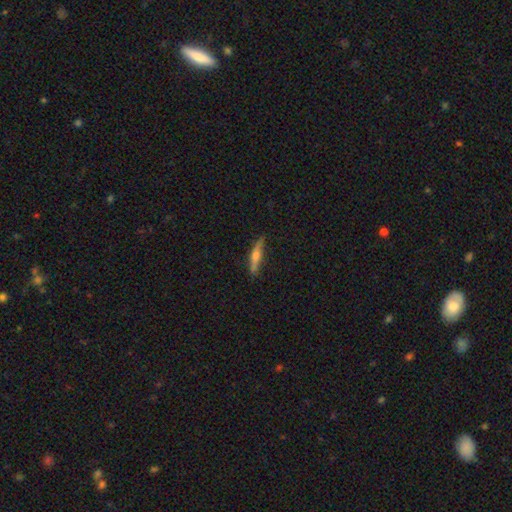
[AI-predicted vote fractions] Smooth or featured?
  - featured or disk: 51% *
  - smooth: 43%
  - star or artifact: 6%
Edge-on disk?
  - yes: 95% *
  - no: 5%
Merging?
  - none: 84% *
  - minor disturbance: 13%
  - major disturbance: 2%
  - merger: 1%